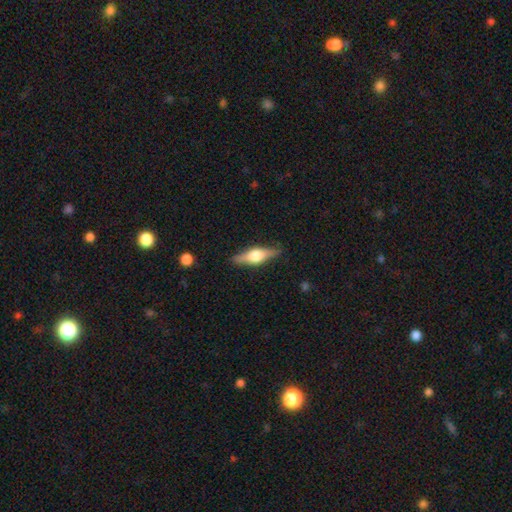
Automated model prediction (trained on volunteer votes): This appears to be a featured or disk galaxy (59%) viewed edge-on (95%) with a rounded central bulge (92%). Merging: none (87%).